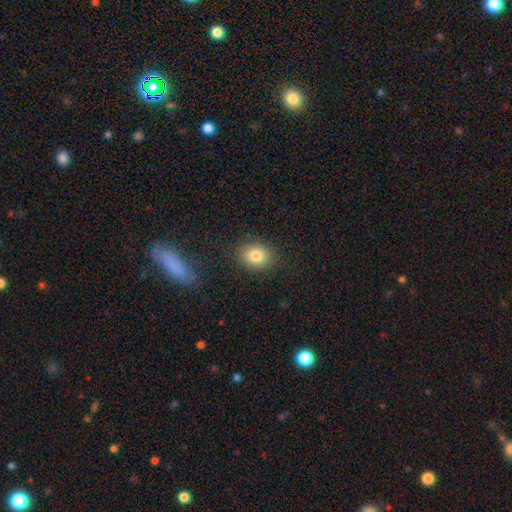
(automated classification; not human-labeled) This is clearly a smooth galaxy (82%). How rounded: possibly round (57%). Merging: clearly none (86%).